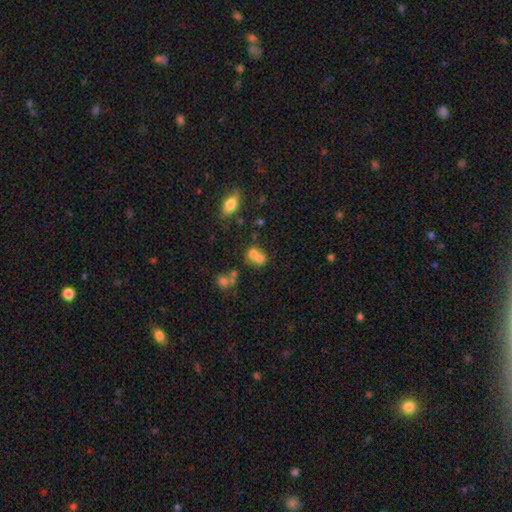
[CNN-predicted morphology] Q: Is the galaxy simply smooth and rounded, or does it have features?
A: smooth — 68%.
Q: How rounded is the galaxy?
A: round — 56%.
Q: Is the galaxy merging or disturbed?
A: merger — 62%.